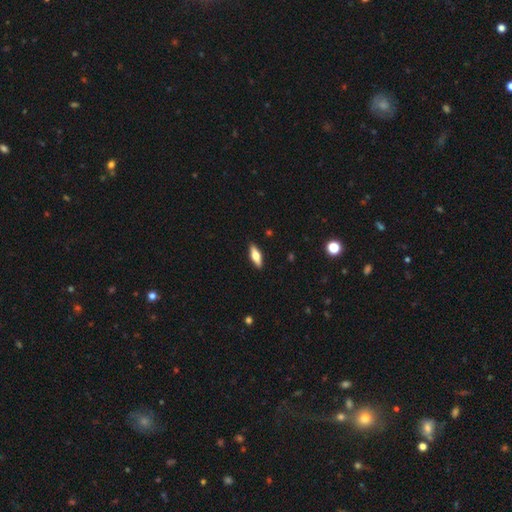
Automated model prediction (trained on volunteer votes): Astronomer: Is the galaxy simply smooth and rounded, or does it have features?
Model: smooth — 57% (runner-up: featured or disk, 37%).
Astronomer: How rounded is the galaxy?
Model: in between — 57% (runner-up: cigar-shaped, 41%).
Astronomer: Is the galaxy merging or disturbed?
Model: none — 90%.